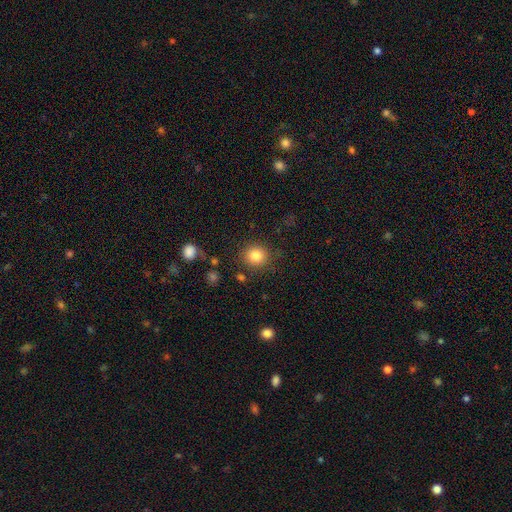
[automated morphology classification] smooth_or_featured: smooth (p=0.83) [alt: star or artifact p=0.10]
how_rounded: round (p=0.86) [alt: in between p=0.13]
merging: none (p=0.85) [alt: minor disturbance p=0.08]